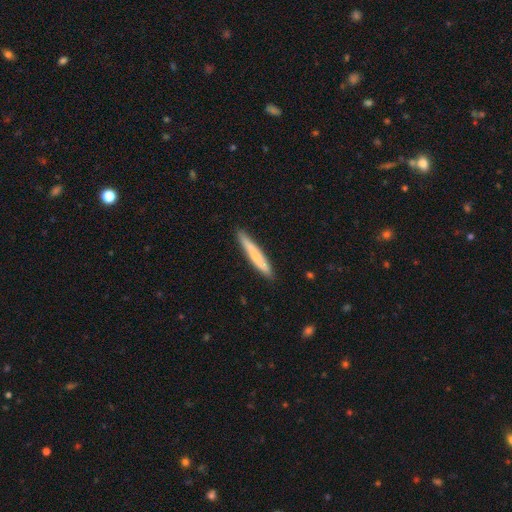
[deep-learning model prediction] This appears to be a smooth galaxy with no disk features (66%) that is cigar-shaped (95%). Merging: none (90%).